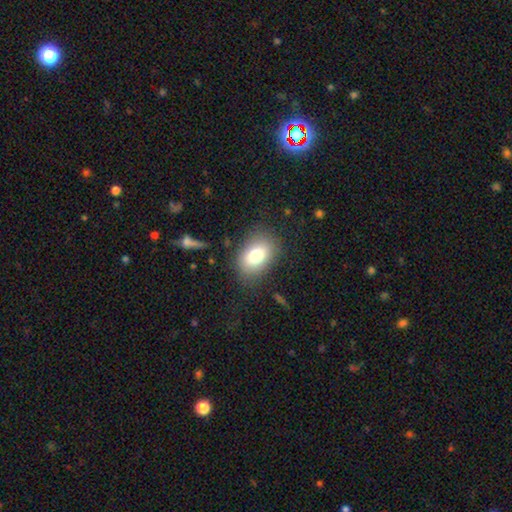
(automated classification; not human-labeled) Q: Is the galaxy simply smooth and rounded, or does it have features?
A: smooth — 77%.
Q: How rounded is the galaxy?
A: in between — 77%.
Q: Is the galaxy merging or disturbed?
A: none — 80%.